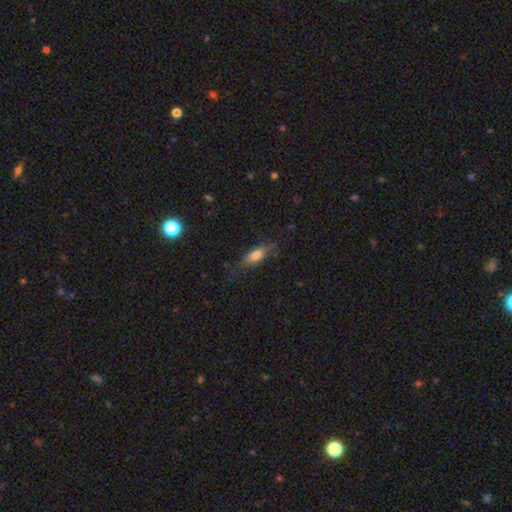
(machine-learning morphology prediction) This appears to be a smooth galaxy with no disk features (69%) that is in between round and cigar-shaped (60%). Merging: none (69%).